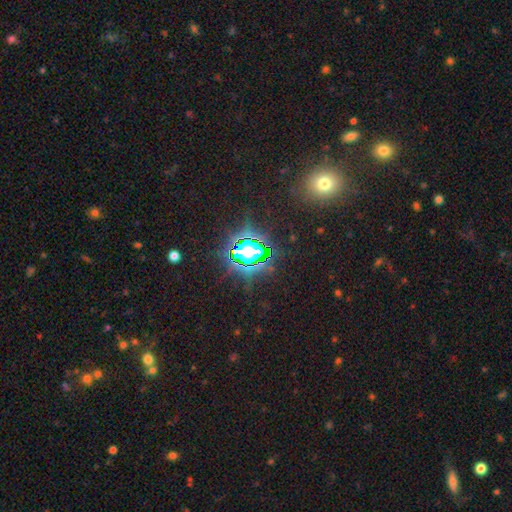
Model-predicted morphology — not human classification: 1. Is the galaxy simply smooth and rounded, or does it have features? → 79% star or artifact, 12% smooth, 9% featured or disk.